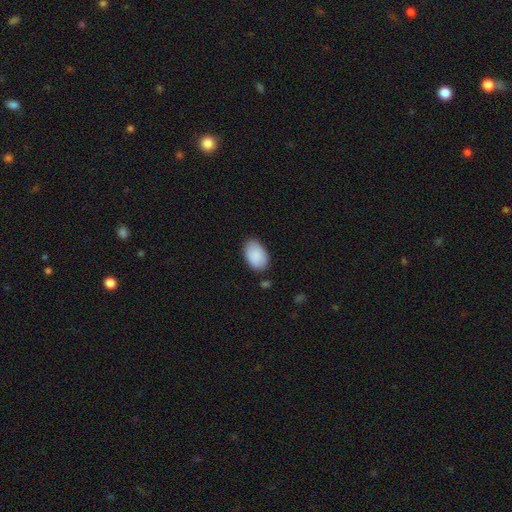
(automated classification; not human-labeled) Q: Smooth or featured?
A: smooth (89%); runner-up: star or artifact (6%)
Q: How rounded?
A: in between (91%); runner-up: round (8%)
Q: Merging?
A: none (79%); runner-up: minor disturbance (15%)